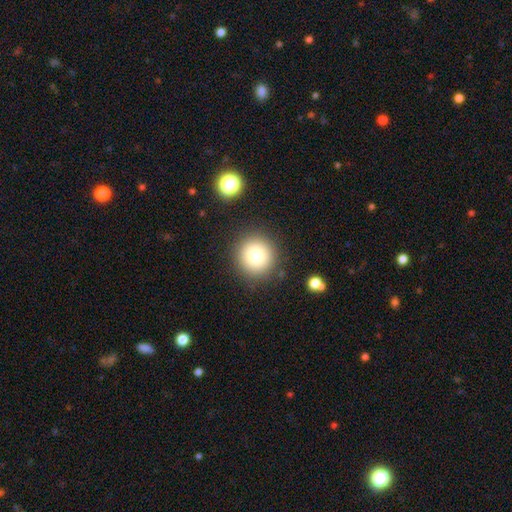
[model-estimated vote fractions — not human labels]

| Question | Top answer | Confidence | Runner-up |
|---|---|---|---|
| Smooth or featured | smooth | 78% | star or artifact (12%) |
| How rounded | round | 94% | in between (5%) |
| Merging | none | 88% | minor disturbance (7%) |